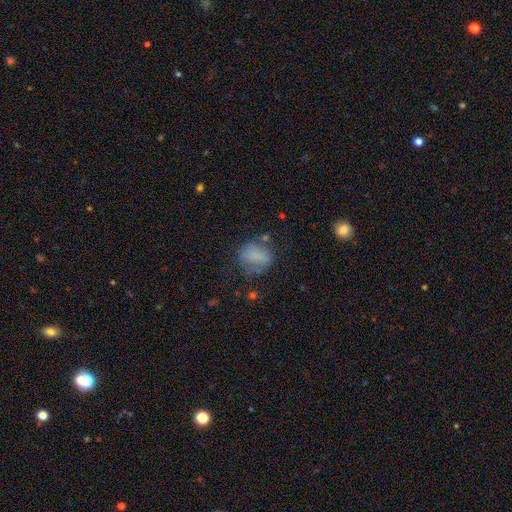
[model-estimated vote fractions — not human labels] smooth_or_featured: smooth (p=0.73) [alt: featured or disk p=0.14]
how_rounded: in between (p=0.54) [alt: round p=0.44]
merging: none (p=0.54) [alt: minor disturbance p=0.25]